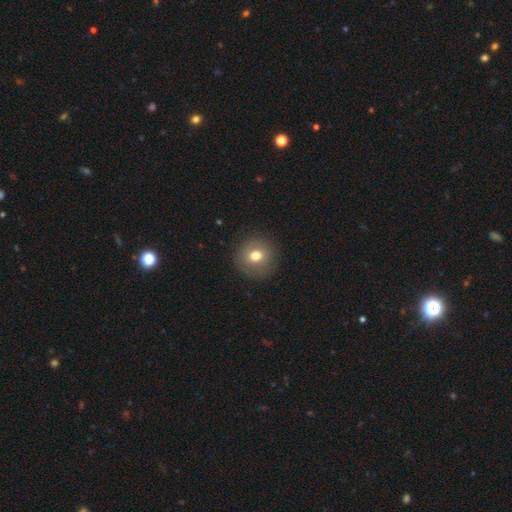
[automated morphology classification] This is likely a smooth galaxy (72%). How rounded: clearly round (92%). Merging: clearly none (88%).